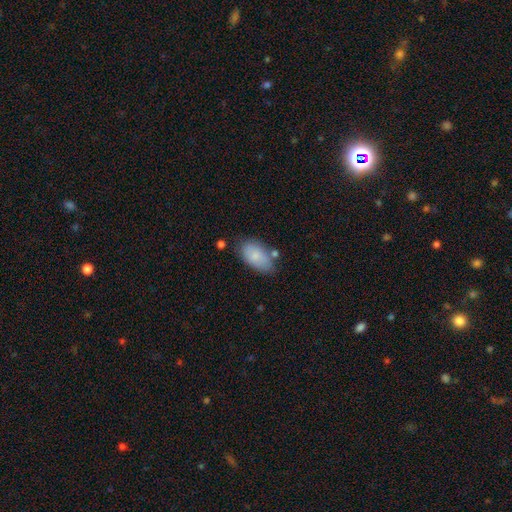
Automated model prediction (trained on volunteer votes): smooth-or-featured: smooth: 81% | featured or disk: 13% | star or artifact: 6%
  how-rounded: in between: 94% | round: 4% | cigar-shaped: 2%
  merging: none: 69% | minor disturbance: 20% | merger: 6% | major disturbance: 5%